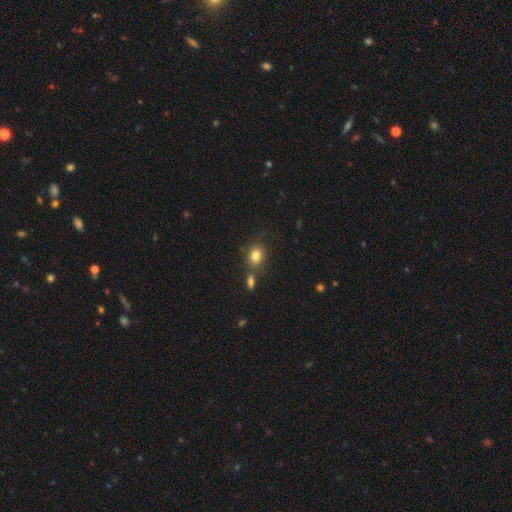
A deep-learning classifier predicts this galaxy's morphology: This is clearly a smooth galaxy (82%). How rounded: possibly round (50%). Merging: likely none (62%).